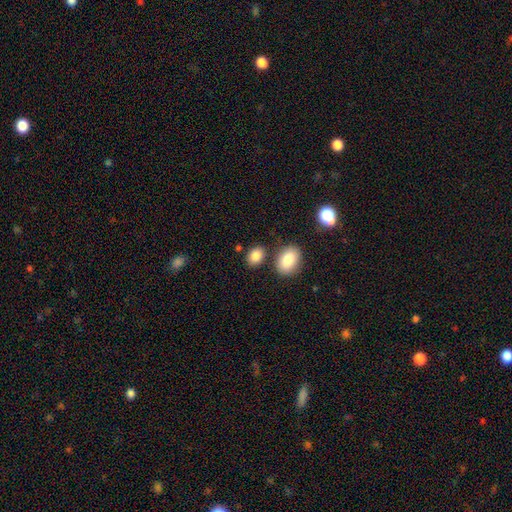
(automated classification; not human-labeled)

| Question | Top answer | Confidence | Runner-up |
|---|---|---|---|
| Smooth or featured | smooth | 84% | star or artifact (9%) |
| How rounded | in between | 70% | round (28%) |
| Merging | none | 74% | merger (12%) |